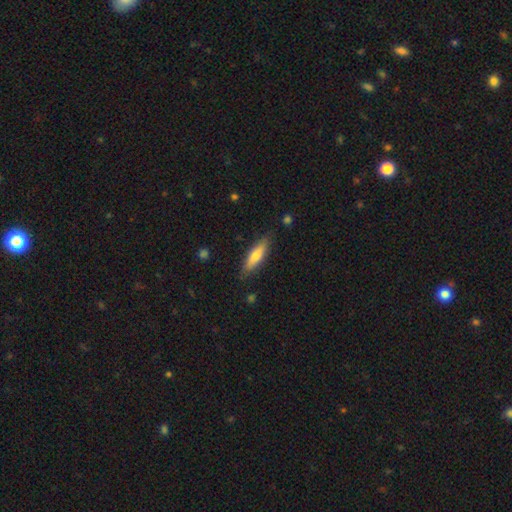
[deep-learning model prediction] smooth 66%, featured or disk 28%, star or artifact 6%. Down the decision tree: how rounded — cigar-shaped (62%); merging — none (83%).